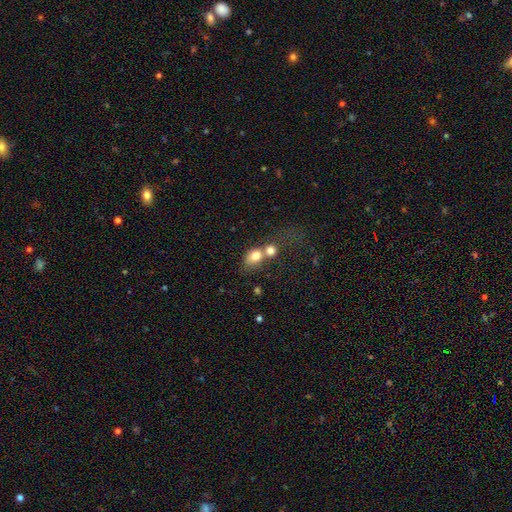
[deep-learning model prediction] smooth_or_featured: smooth (p=0.75) [alt: featured or disk p=0.14]
how_rounded: in between (p=0.55) [alt: round p=0.43]
merging: merger (p=0.58) [alt: none p=0.26]